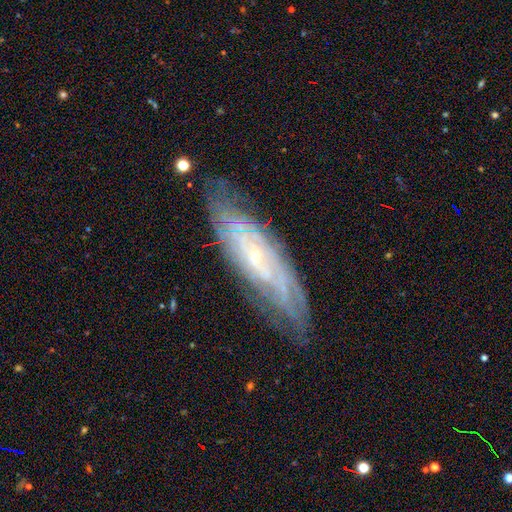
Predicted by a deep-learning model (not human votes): Q: Smooth or featured?
A: featured or disk (79%); runner-up: smooth (13%)
Q: Edge-on disk?
A: no (75%); runner-up: yes (25%)
Q: Bar?
A: no (64%); runner-up: weak (27%)
Q: Spiral arms?
A: yes (91%); runner-up: no (9%)
Q: Spiral winding?
A: tight (72%); runner-up: medium (22%)
Q: Spiral arm count?
A: can't tell (57%); runner-up: 2 (13%)
Q: Bulge size?
A: small (81%); runner-up: moderate (14%)
Q: Merging?
A: none (78%); runner-up: minor disturbance (16%)